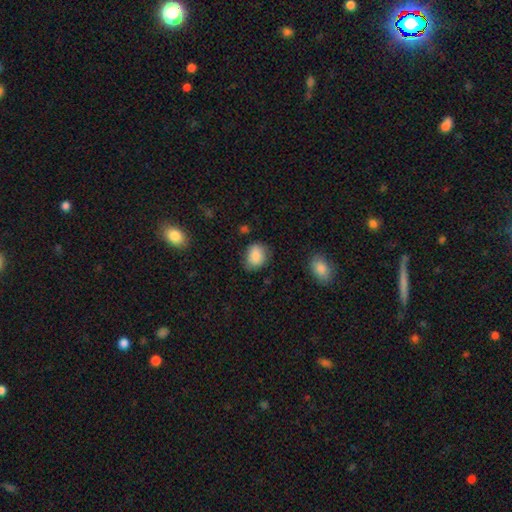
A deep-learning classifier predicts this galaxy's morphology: smooth_or_featured: smooth (p=0.86) [alt: star or artifact p=0.08]
how_rounded: in between (p=0.54) [alt: round p=0.45]
merging: none (p=0.70) [alt: minor disturbance p=0.23]